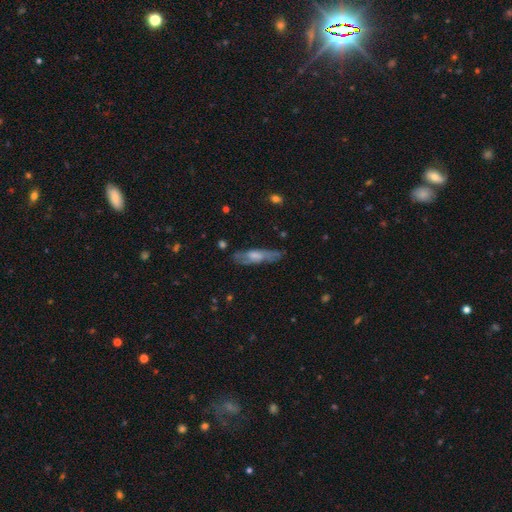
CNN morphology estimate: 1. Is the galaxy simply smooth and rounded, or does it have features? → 52% featured or disk, 41% smooth, 7% star or artifact.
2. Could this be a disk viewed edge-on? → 56% no, 44% yes.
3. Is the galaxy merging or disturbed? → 66% none, 23% minor disturbance, 8% major disturbance, 2% merger.